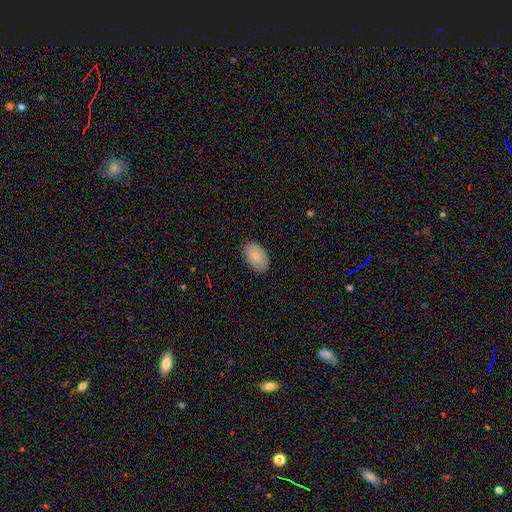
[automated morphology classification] Q: Smooth or featured?
A: smooth (80%); runner-up: featured or disk (13%)
Q: How rounded?
A: in between (91%); runner-up: round (8%)
Q: Merging?
A: none (84%); runner-up: minor disturbance (13%)